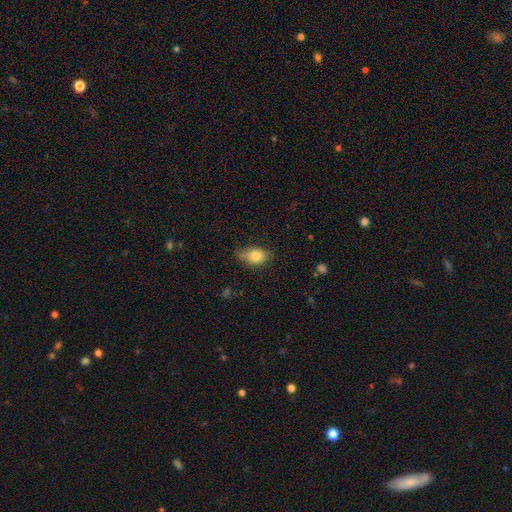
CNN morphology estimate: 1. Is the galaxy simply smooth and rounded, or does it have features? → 81% smooth, 11% featured or disk, 8% star or artifact.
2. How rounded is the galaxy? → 85% in between, 12% round, 3% cigar-shaped.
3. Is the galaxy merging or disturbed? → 66% none, 28% minor disturbance, 5% major disturbance, 2% merger.